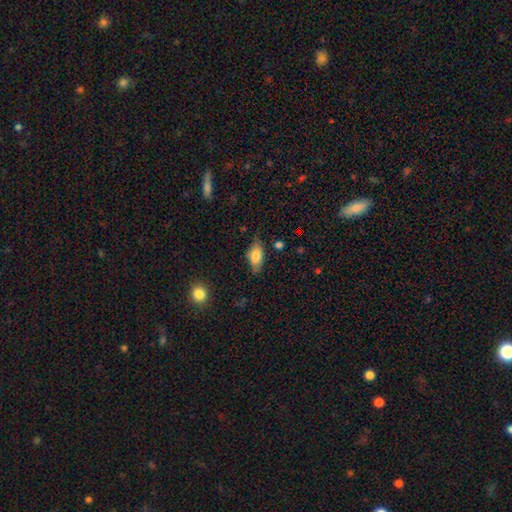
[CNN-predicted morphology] A smooth galaxy with no disk features (74%) that is in between round and cigar-shaped (86%).

Vote fractions:
- Smooth or featured? smooth: 74% / featured or disk: 18% / star or artifact: 8%
- How rounded? in between: 86% / cigar-shaped: 10% / round: 4%
- Merging? none: 68% / minor disturbance: 24% / major disturbance: 5% / merger: 2%